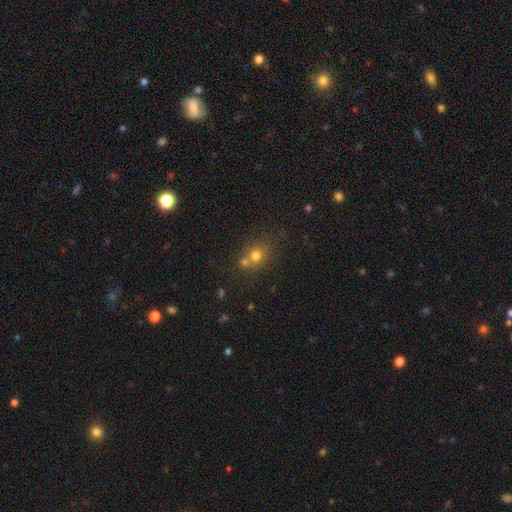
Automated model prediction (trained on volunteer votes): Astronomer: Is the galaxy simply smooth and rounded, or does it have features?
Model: smooth — 72%.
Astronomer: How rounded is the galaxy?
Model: round — 80%.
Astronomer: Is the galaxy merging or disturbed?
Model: none — 48% (runner-up: merger, 40%).